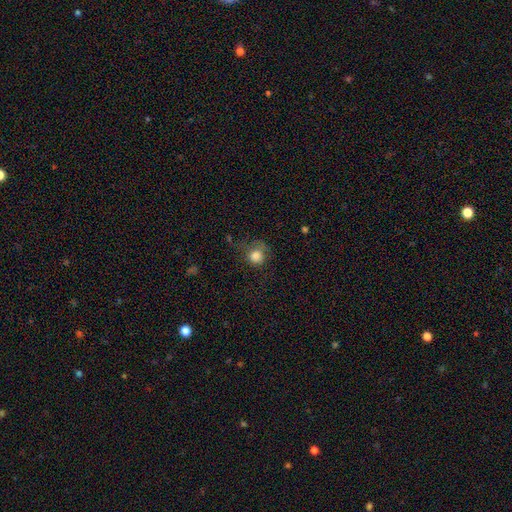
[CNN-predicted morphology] A smooth galaxy with no disk features (80%) that is round (84%). Merging: none (51%).